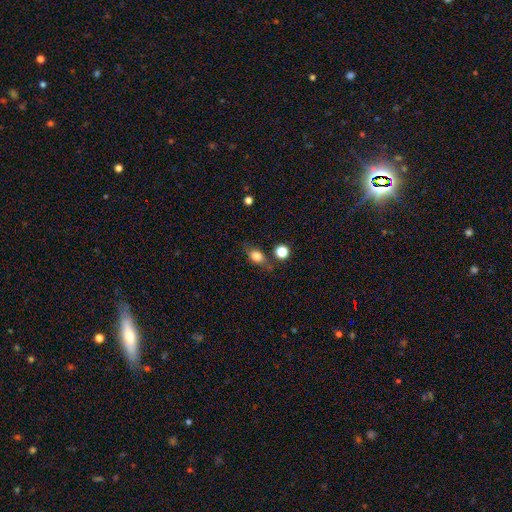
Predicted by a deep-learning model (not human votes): smooth_or_featured: smooth (p=0.77) [alt: featured or disk p=0.13]
how_rounded: in between (p=0.65) [alt: round p=0.29]
merging: none (p=0.66) [alt: minor disturbance p=0.20]